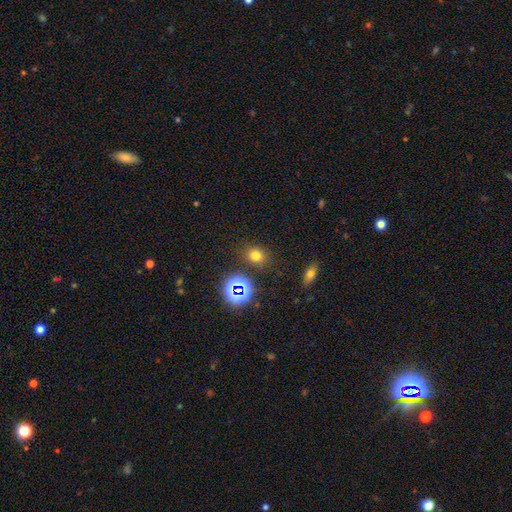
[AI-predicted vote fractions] This is likely a smooth galaxy (71%). How rounded: possibly round (59%). Merging: clearly none (83%).